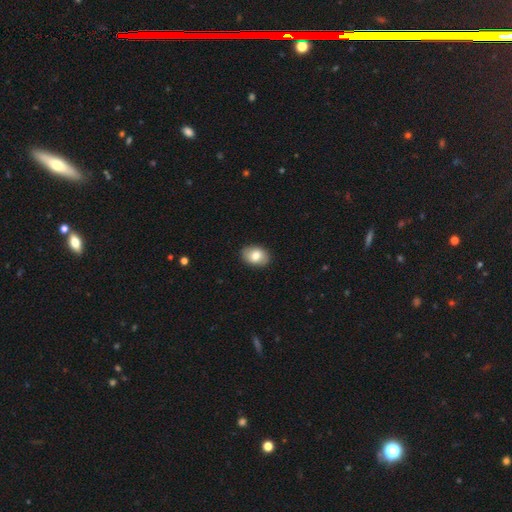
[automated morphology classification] This appears to be a smooth galaxy with no disk features (79%) that is in between round and cigar-shaped (81%). Merging: none (89%).